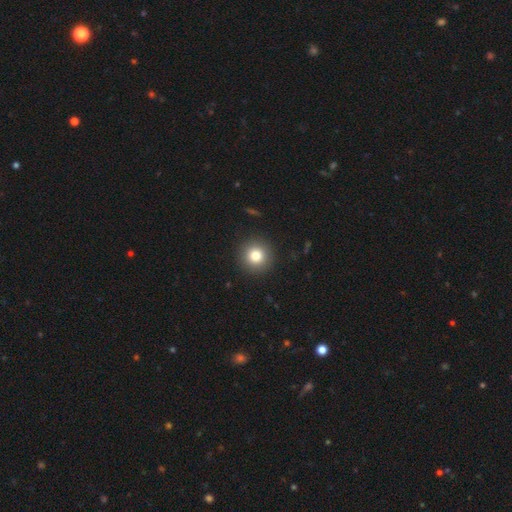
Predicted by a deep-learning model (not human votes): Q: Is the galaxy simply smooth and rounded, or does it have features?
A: smooth — 82%.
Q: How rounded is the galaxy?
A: round — 95%.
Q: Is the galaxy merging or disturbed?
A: none — 92%.